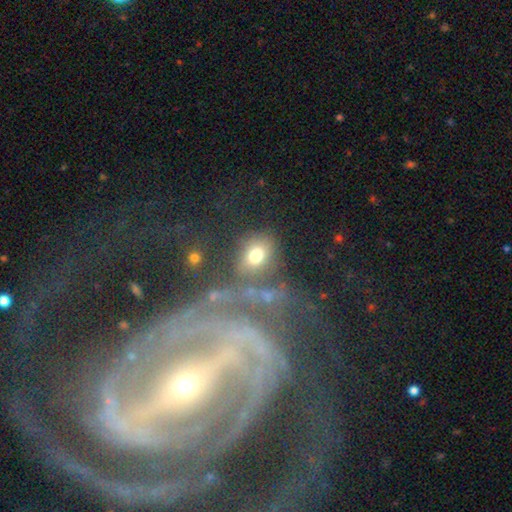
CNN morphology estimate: smooth-or-featured: smooth: 61% | star or artifact: 21% | featured or disk: 18%
  how-rounded: in between: 50% | round: 48% | cigar-shaped: 3%
  merging: none: 63% | minor disturbance: 14% | merger: 12% | major disturbance: 10%